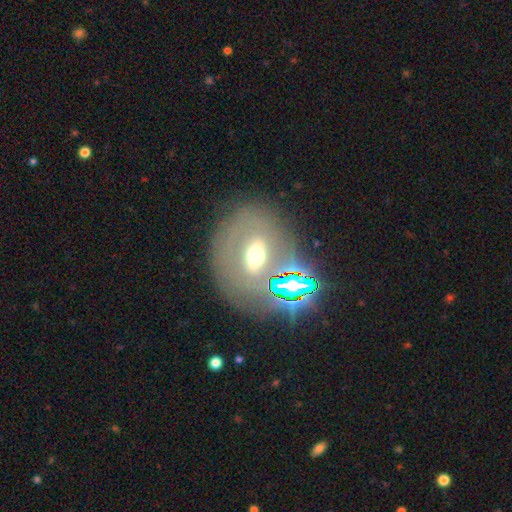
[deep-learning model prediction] A featured or disk galaxy (48%). Merging: none (73%).